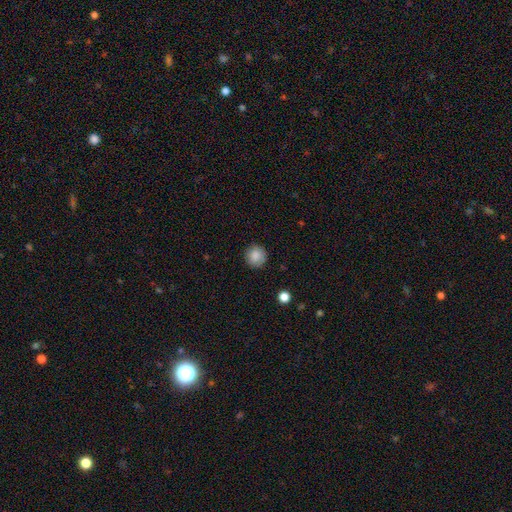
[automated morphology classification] smooth-or-featured: smooth: 87% | star or artifact: 9% | featured or disk: 4%
  how-rounded: round: 93% | in between: 6% | cigar-shaped: 1%
  merging: none: 88% | minor disturbance: 9% | major disturbance: 2% | merger: 1%